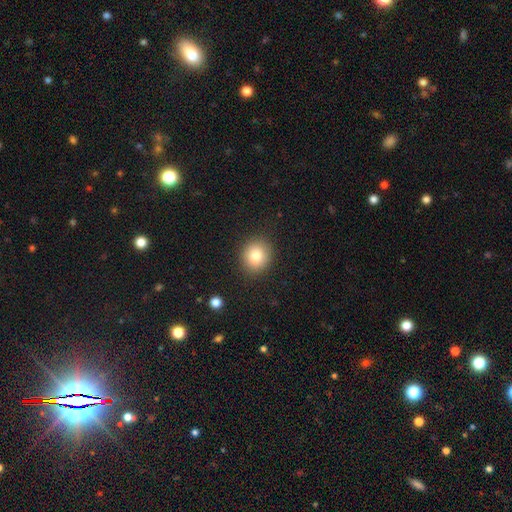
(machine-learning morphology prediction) Q: Smooth or featured?
A: smooth (82%); runner-up: star or artifact (10%)
Q: How rounded?
A: round (80%); runner-up: in between (19%)
Q: Merging?
A: none (89%); runner-up: minor disturbance (8%)